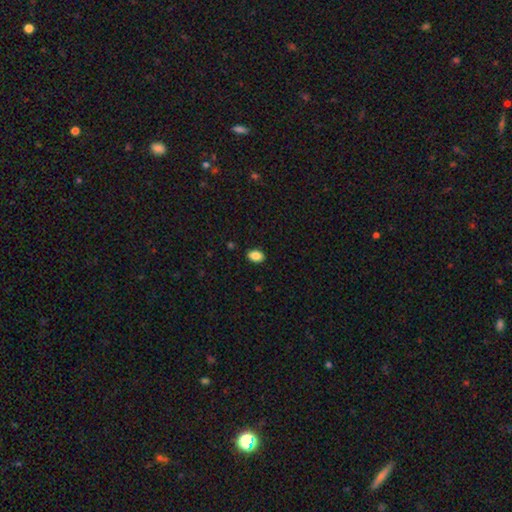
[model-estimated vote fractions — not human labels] The model was most divided on "how rounded": in between: 81%, round: 18%, cigar-shaped: 1%. More confident: merging — none (89%); smooth or featured — smooth (87%).